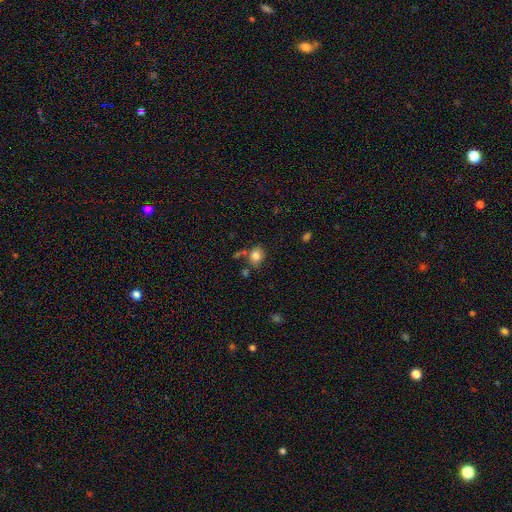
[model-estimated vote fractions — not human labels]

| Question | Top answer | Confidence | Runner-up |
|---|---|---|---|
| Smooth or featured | smooth | 82% | star or artifact (10%) |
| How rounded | round | 61% | in between (38%) |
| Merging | none | 69% | minor disturbance (16%) |